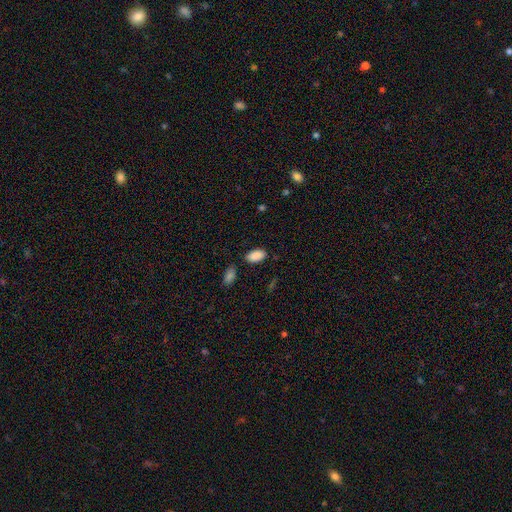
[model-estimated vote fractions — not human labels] Smooth or featured: smooth — 89% (star or artifact — 7%)
How rounded: in between — 95% (cigar-shaped — 3%)
Merging: none — 80% (minor disturbance — 12%)